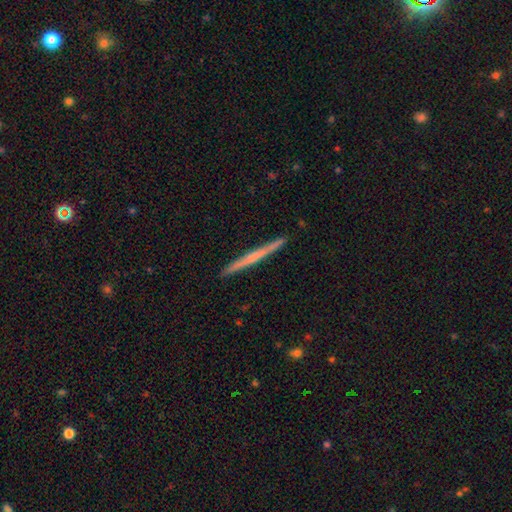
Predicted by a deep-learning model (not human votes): This appears to be a featured or disk galaxy (53%) viewed edge-on (98%) with no central bulge (73%). Merging: none (92%).